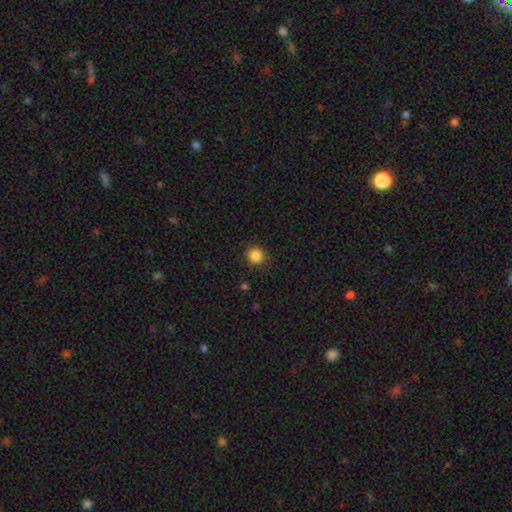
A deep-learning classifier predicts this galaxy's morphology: smooth 86%, star or artifact 11%, featured or disk 3%. Down the decision tree: how rounded — round (93%); merging — none (89%).